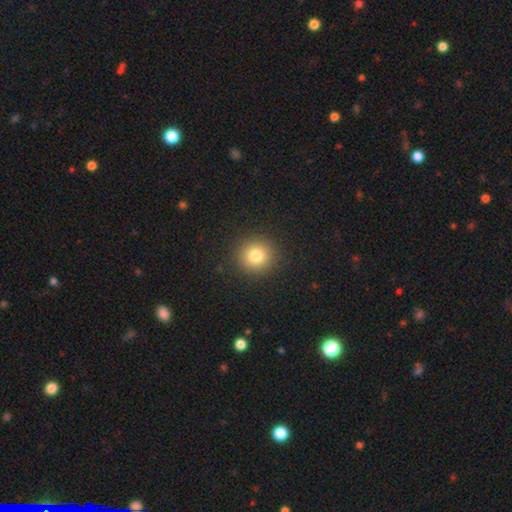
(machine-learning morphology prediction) This is clearly a smooth galaxy (80%). How rounded: clearly round (92%). Merging: clearly none (91%).